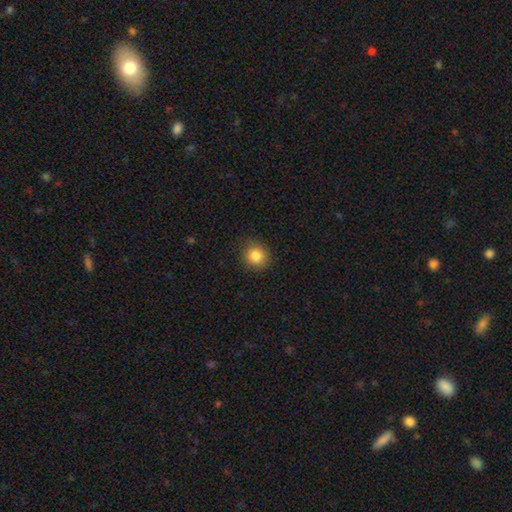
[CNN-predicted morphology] A smooth galaxy with no disk features (84%) that is round (87%). Merging: none (88%).